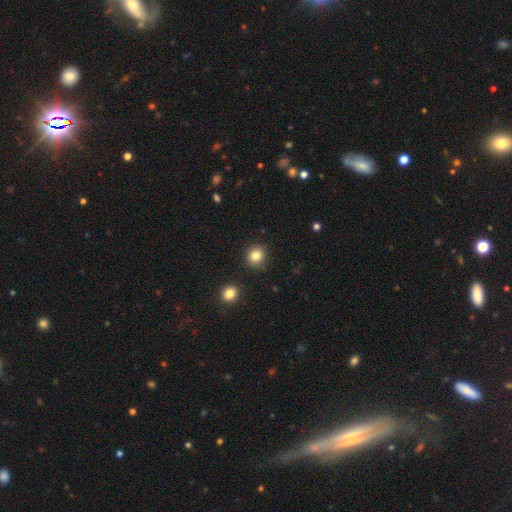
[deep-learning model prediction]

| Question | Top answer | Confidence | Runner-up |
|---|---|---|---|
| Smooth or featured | smooth | 84% | star or artifact (11%) |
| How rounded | round | 86% | in between (13%) |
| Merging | none | 88% | minor disturbance (7%) |